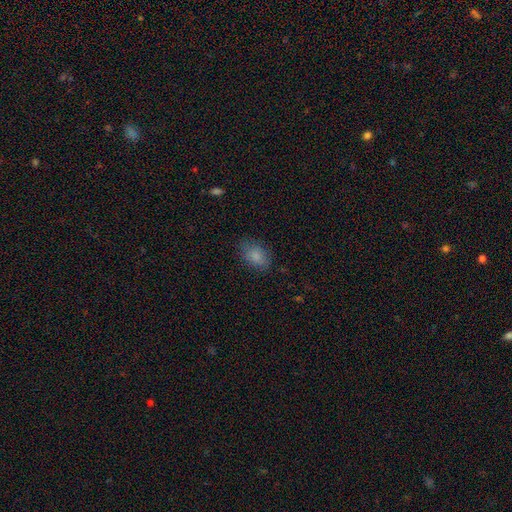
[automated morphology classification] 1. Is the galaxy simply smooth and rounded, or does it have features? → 83% smooth, 9% star or artifact, 7% featured or disk.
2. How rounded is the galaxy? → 79% in between, 19% round, 1% cigar-shaped.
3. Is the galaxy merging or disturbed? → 74% none, 18% minor disturbance, 6% major disturbance, 1% merger.